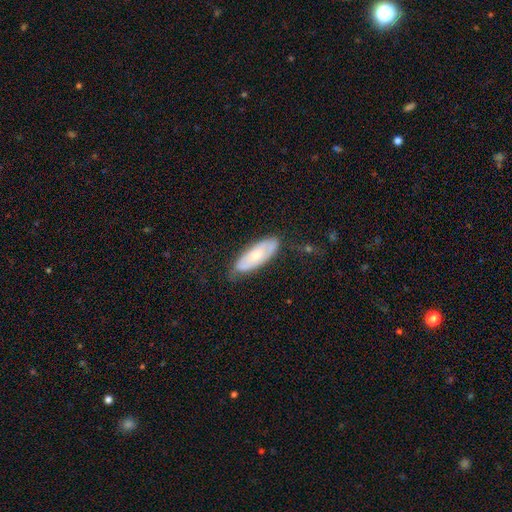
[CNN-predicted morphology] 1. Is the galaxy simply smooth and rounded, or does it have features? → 48% smooth, 46% featured or disk, 6% star or artifact.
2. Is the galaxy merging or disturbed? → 75% none, 20% minor disturbance, 4% major disturbance, 1% merger.